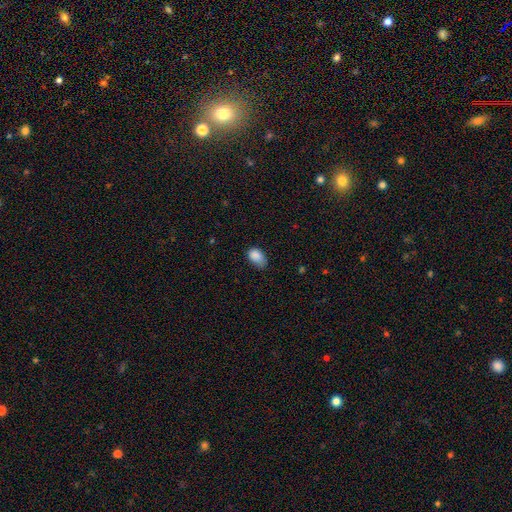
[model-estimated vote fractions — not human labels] Morphology: type=smooth (86%); roundness=in between (84%); merging=none (48%).